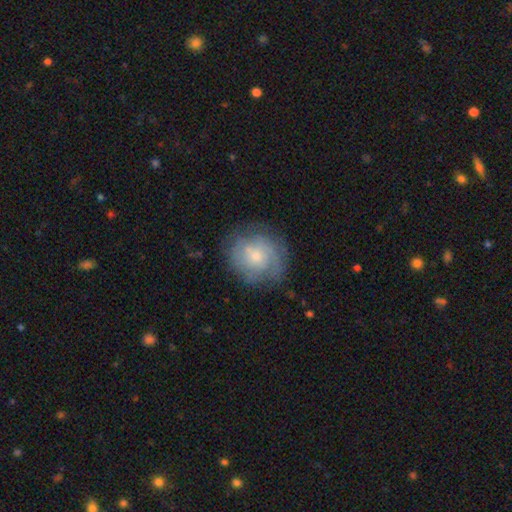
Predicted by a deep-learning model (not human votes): Q: Smooth or featured?
A: featured or disk (56%); runner-up: smooth (37%)
Q: Edge-on disk?
A: no (97%); runner-up: yes (3%)
Q: Bar?
A: no (76%); runner-up: weak (21%)
Q: Spiral arms?
A: yes (75%); runner-up: no (25%)
Q: Bulge size?
A: small (56%); runner-up: moderate (37%)
Q: Merging?
A: none (72%); runner-up: minor disturbance (18%)